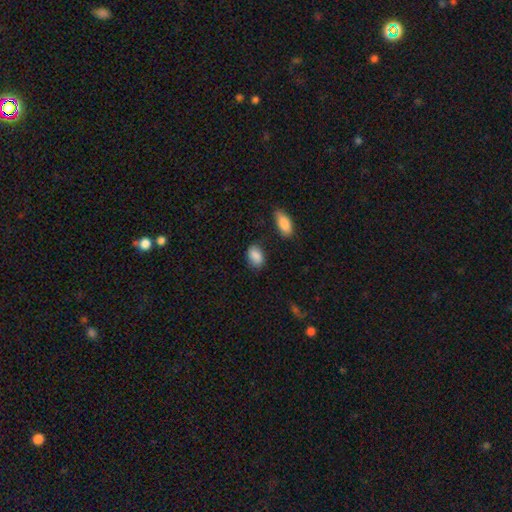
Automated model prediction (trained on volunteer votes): Smooth or featured? smooth (88%)
How rounded? in between (86%)
Merging? none (77%)